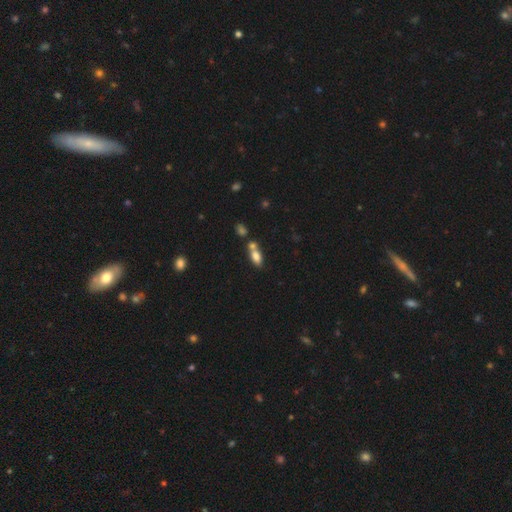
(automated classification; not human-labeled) Smooth or featured? smooth (78%)
How rounded? in between (83%)
Merging? merger (49%)